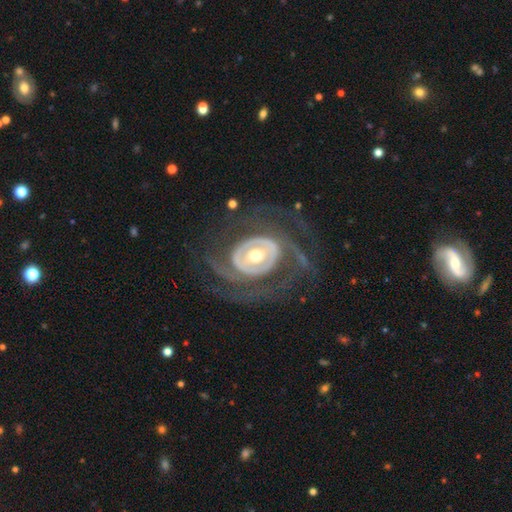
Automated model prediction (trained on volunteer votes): Smooth or featured: featured or disk — 86% (smooth — 9%)
Edge-on disk: no — 96% (yes — 4%)
Bar: no — 57% (weak — 25%)
Spiral arms: yes — 76% (no — 24%)
Spiral winding: tight — 49% (medium — 32%)
Spiral arm count: 2 — 44% (can't tell — 24%)
Bulge size: moderate — 68% (small — 18%)
Merging: none — 61% (major disturbance — 23%)